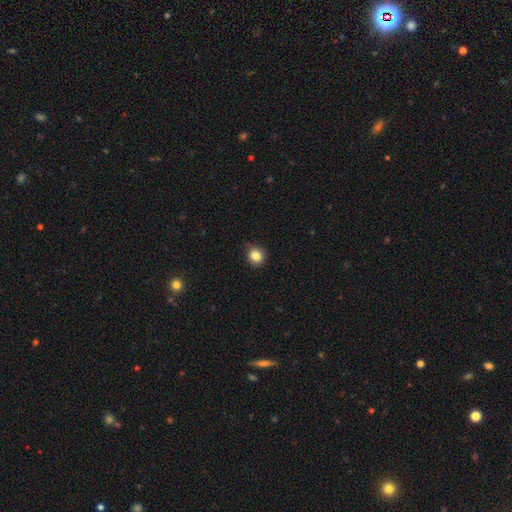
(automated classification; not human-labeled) Smooth or featured? Predicted: smooth (p=0.84). How rounded? Predicted: round (p=0.82). Merging? Predicted: none (p=0.80).